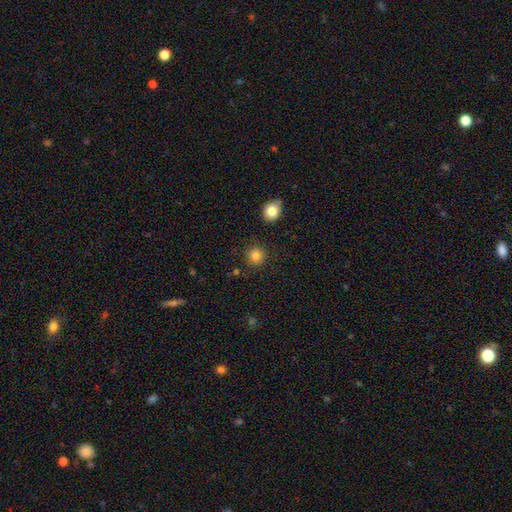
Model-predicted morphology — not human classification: smooth 84%, star or artifact 11%, featured or disk 5%. Down the decision tree: how rounded — round (92%); merging — none (89%).